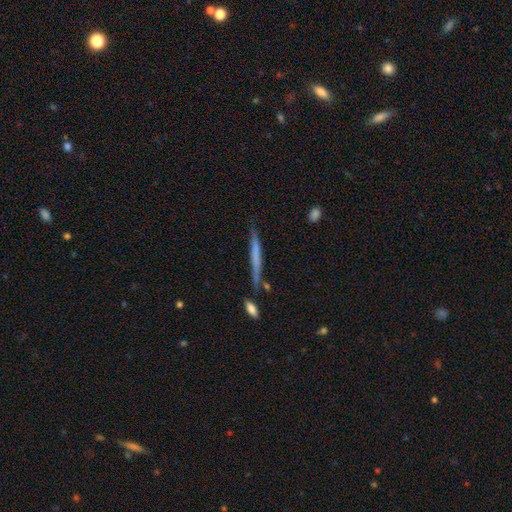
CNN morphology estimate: A smooth galaxy with no disk features (50%) that is cigar-shaped (96%).

Vote fractions:
- Smooth or featured? smooth: 50% / featured or disk: 43% / star or artifact: 6%
- How rounded? cigar-shaped: 96% / in between: 3% / round: 2%
- Merging? none: 77% / minor disturbance: 14% / merger: 6% / major disturbance: 3%